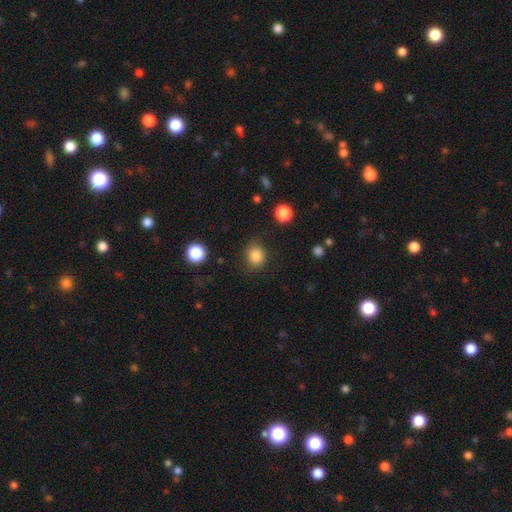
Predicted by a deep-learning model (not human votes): smooth 84%, star or artifact 11%, featured or disk 5%. Down the decision tree: how rounded — round (80%); merging — none (83%).